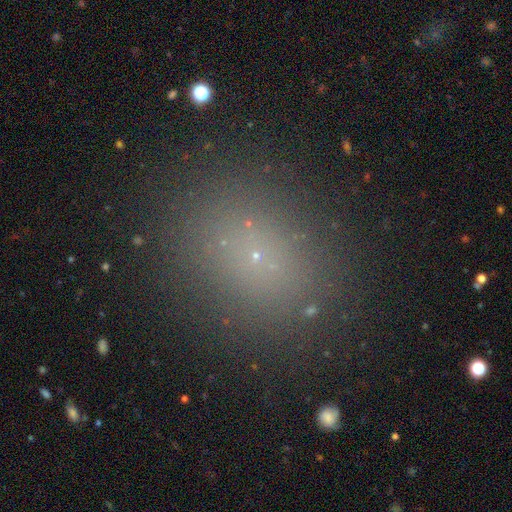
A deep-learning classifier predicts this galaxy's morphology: smooth 65%, star or artifact 25%, featured or disk 10%. Down the decision tree: how rounded — in between (52%); merging — none (86%).